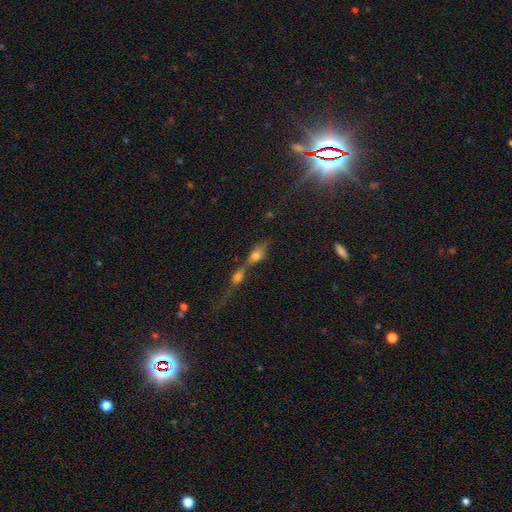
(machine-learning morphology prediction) Smooth or featured: smooth — 48% (featured or disk — 37%)
Merging: merger — 64% (none — 22%)